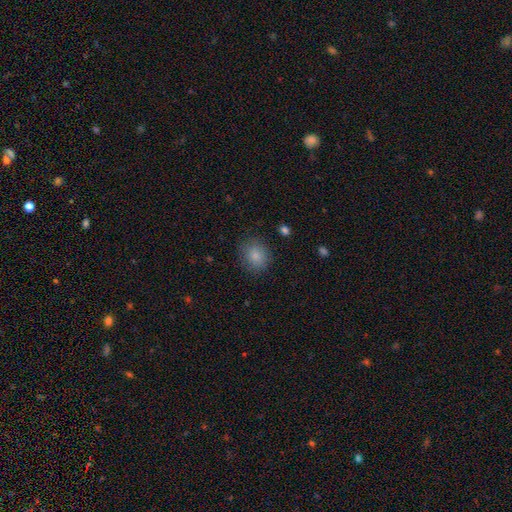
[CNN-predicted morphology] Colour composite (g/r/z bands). It shows a smooth galaxy with no disk features (85%) that is round (74%). Merging: none (83%).